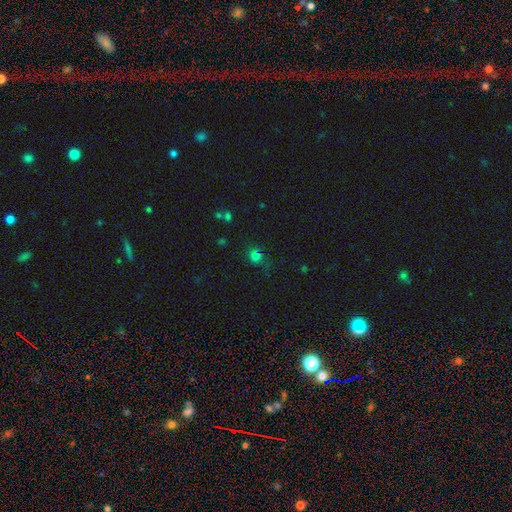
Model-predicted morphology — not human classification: Smooth or featured: smooth — 70% (star or artifact — 21%)
How rounded: round — 82% (in between — 16%)
Merging: none — 65% (minor disturbance — 19%)